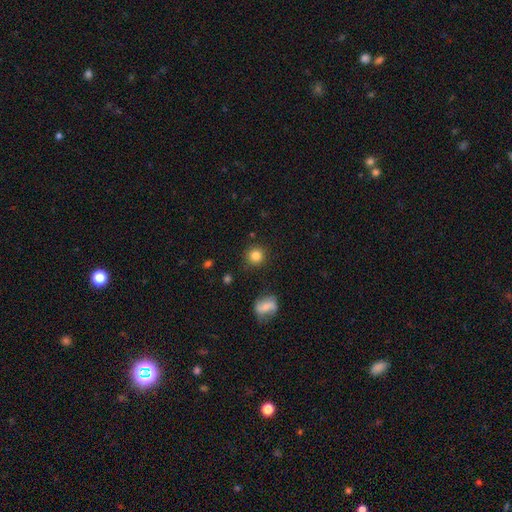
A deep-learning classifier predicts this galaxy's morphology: Smooth or featured? smooth (83%)
How rounded? round (93%)
Merging? none (89%)